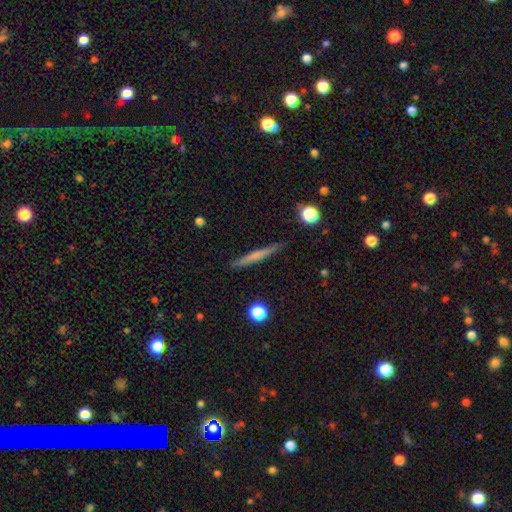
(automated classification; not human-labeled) Overall: smooth (55%; featured or disk 39%). How rounded: cigar-shaped (96%). Merging: none (90%).